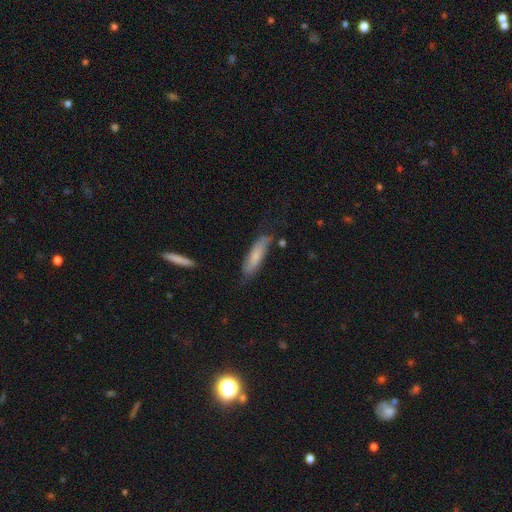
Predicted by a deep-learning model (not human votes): Smooth or featured?
  - smooth: 69% *
  - featured or disk: 24%
  - star or artifact: 6%
How rounded?
  - cigar-shaped: 70% *
  - in between: 29%
  - round: 2%
Merging?
  - none: 69% *
  - minor disturbance: 22%
  - major disturbance: 5%
  - merger: 3%